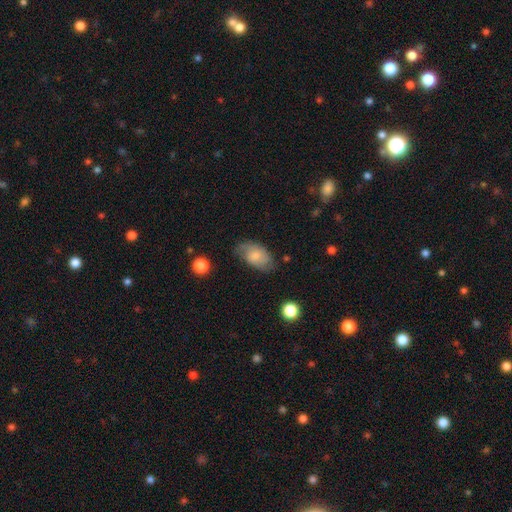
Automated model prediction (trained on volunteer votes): This appears to be a smooth galaxy with no disk features (54%) that is in between round and cigar-shaped (90%). Merging: none (61%).